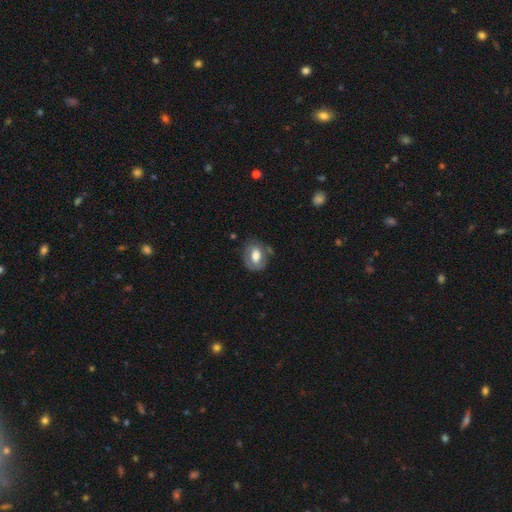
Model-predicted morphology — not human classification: smooth 57%, featured or disk 36%, star or artifact 7%. Down the decision tree: how rounded — in between (71%); merging — none (66%).